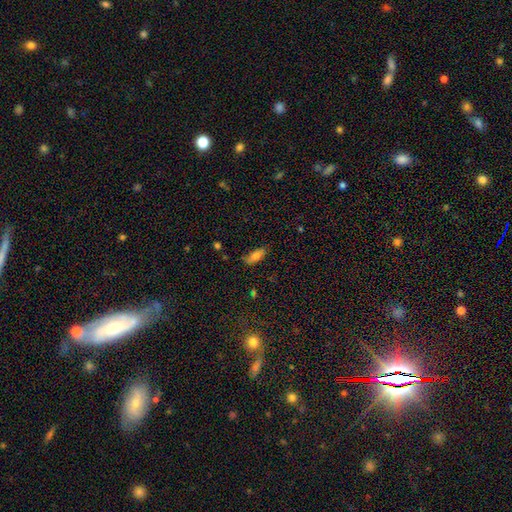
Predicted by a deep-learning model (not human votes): Q: Smooth or featured?
A: smooth (76%); runner-up: featured or disk (15%)
Q: How rounded?
A: in between (81%); runner-up: cigar-shaped (17%)
Q: Merging?
A: none (76%); runner-up: minor disturbance (18%)